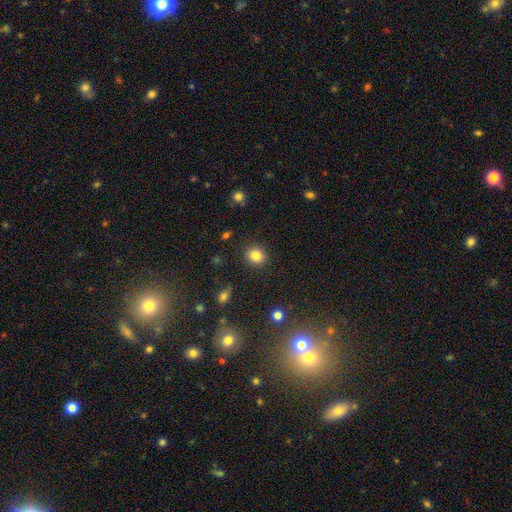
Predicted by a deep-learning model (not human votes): Smooth or featured? Predicted: smooth (p=0.84). How rounded? Predicted: round (p=0.80). Merging? Predicted: none (p=0.89).